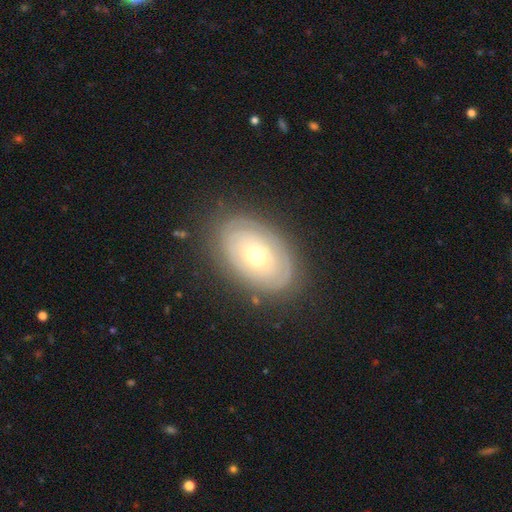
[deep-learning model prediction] Q: Smooth or featured?
A: featured or disk (60%); runner-up: smooth (32%)
Q: Edge-on disk?
A: no (93%); runner-up: yes (7%)
Q: Bar?
A: no (86%); runner-up: weak (10%)
Q: Spiral arms?
A: yes (52%); runner-up: no (48%)
Q: Bulge size?
A: moderate (55%); runner-up: small (39%)
Q: Merging?
A: none (83%); runner-up: minor disturbance (12%)